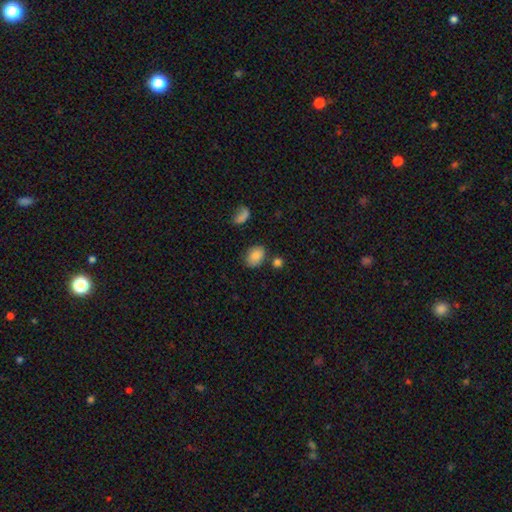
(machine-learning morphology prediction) smooth-or-featured: smooth: 85% | star or artifact: 9% | featured or disk: 6%
  how-rounded: in between: 74% | round: 25% | cigar-shaped: 1%
  merging: none: 73% | minor disturbance: 16% | merger: 7% | major disturbance: 4%